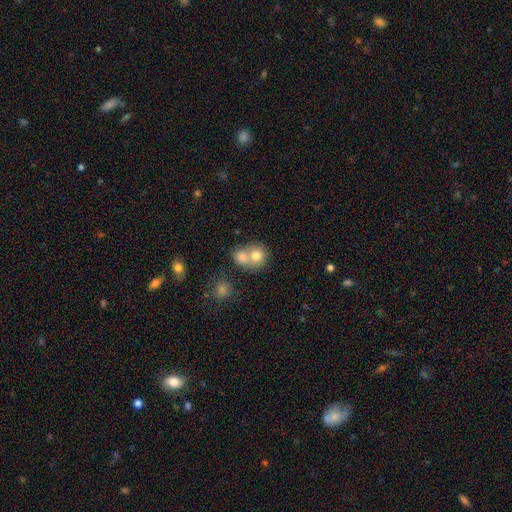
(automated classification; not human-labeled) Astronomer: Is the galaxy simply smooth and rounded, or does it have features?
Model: smooth — 76%.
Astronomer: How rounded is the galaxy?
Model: round — 80%.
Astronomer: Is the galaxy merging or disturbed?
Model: merger — 60%.